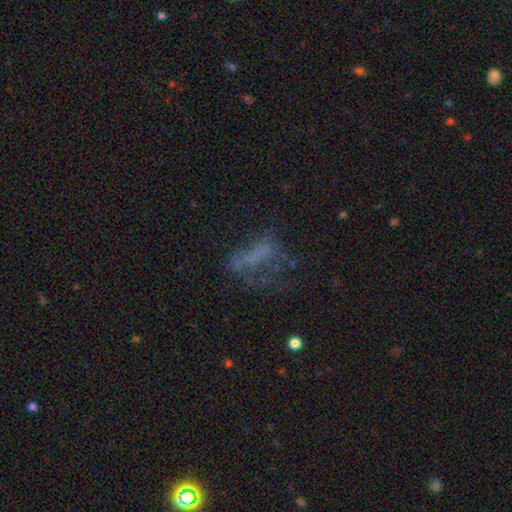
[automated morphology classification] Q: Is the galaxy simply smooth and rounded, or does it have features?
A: featured or disk — 38%.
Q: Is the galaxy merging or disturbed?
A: major disturbance — 40%.